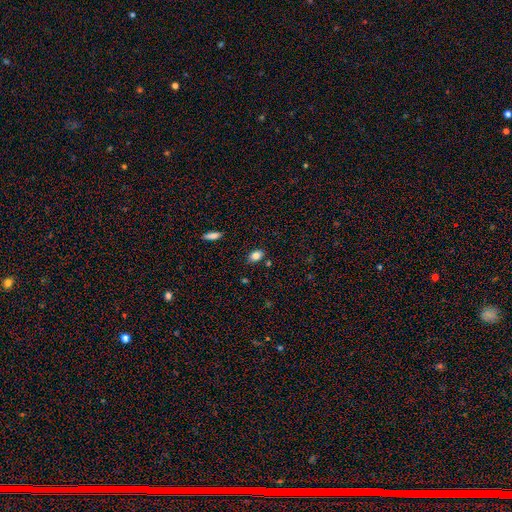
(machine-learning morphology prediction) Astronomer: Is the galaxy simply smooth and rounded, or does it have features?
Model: smooth — 83%.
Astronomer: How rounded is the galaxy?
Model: in between — 81%.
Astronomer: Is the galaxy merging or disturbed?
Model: none — 82%.